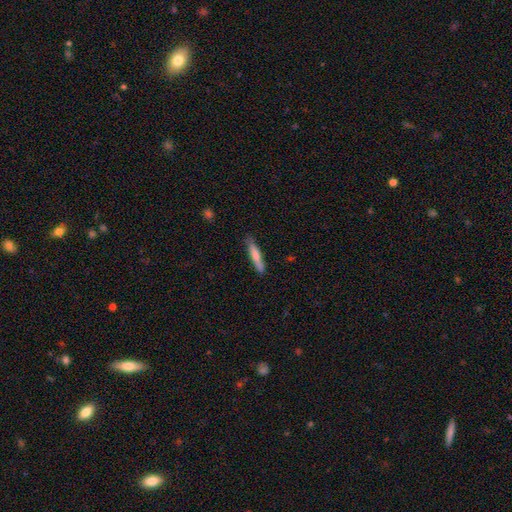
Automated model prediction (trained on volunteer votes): smooth 75%, featured or disk 20%, star or artifact 6%. Down the decision tree: how rounded — cigar-shaped (90%); merging — none (80%).